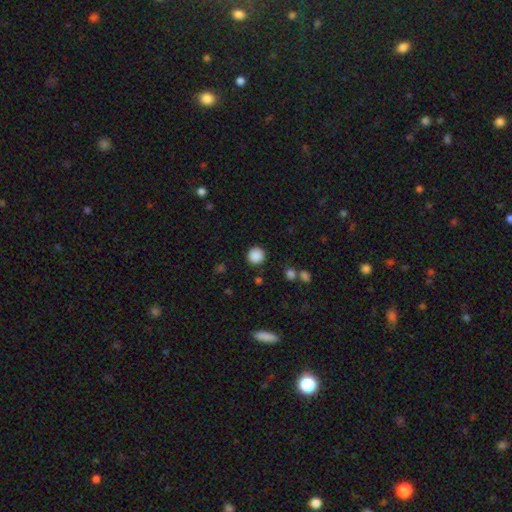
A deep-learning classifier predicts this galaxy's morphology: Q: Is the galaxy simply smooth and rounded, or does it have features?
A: smooth — 87%.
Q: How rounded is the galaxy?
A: round — 93%.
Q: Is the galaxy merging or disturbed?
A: none — 88%.